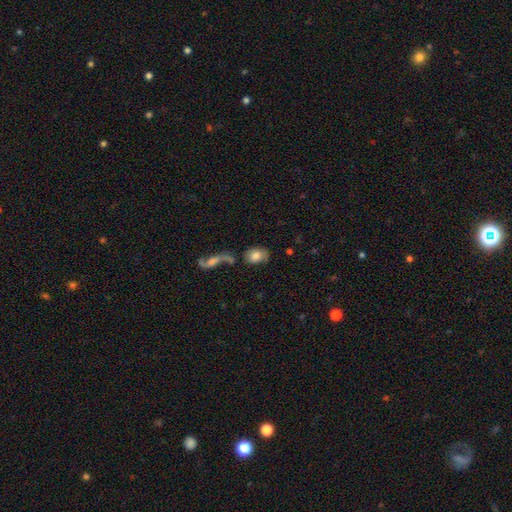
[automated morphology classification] Smooth or featured? smooth (75%)
How rounded? in between (73%)
Merging? none (54%)